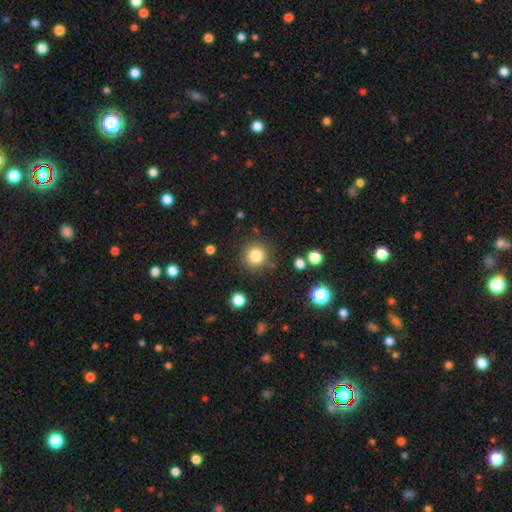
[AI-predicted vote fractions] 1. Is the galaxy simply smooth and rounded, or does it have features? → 83% smooth, 12% star or artifact, 6% featured or disk.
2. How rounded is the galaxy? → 94% round, 5% in between, 1% cigar-shaped.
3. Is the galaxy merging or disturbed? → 86% none, 8% minor disturbance, 3% major disturbance, 3% merger.